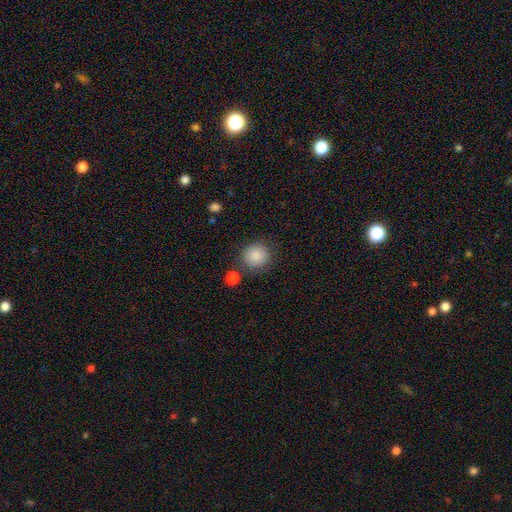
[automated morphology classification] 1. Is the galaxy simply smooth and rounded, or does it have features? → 88% smooth, 8% star or artifact, 4% featured or disk.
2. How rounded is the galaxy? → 92% round, 7% in between, 1% cigar-shaped.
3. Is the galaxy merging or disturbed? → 84% none, 9% minor disturbance, 4% merger, 3% major disturbance.